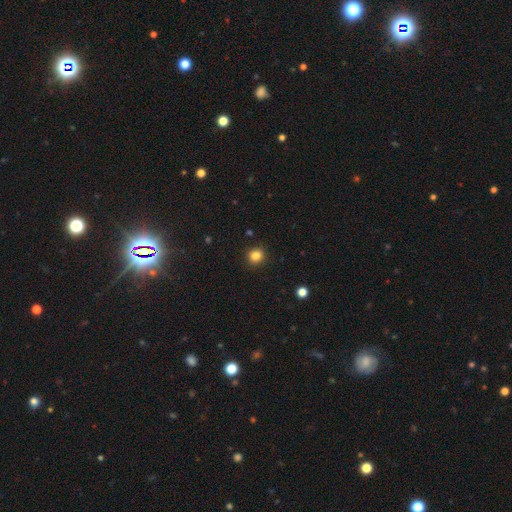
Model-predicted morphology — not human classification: Q: Smooth or featured?
A: smooth (84%); runner-up: star or artifact (12%)
Q: How rounded?
A: round (87%); runner-up: in between (12%)
Q: Merging?
A: none (91%); runner-up: minor disturbance (6%)